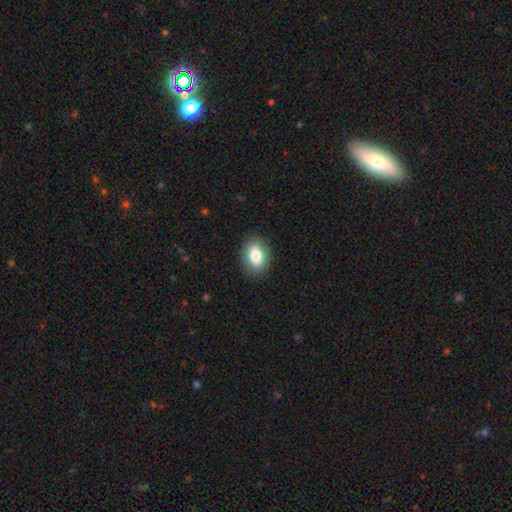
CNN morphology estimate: Smooth or featured? smooth (80%)
How rounded? in between (80%)
Merging? none (87%)